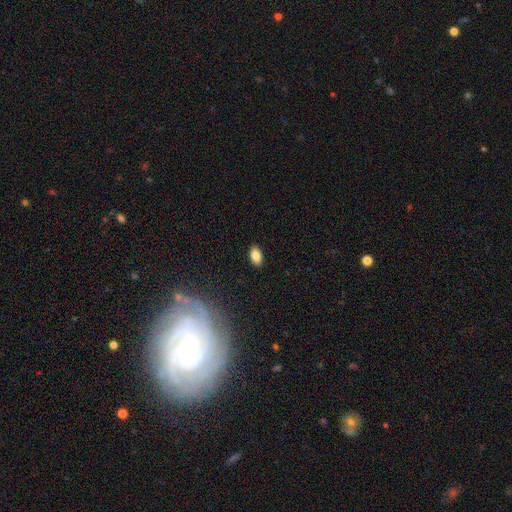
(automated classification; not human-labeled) A smooth galaxy with no disk features (83%) that is in between round and cigar-shaped (91%). Merging: none (88%).